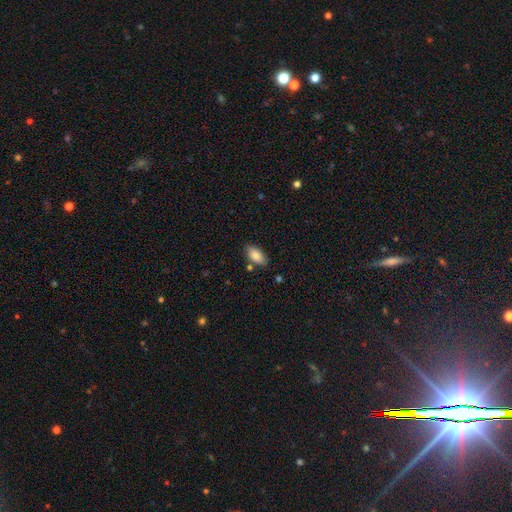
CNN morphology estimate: Smooth or featured? smooth (85%)
How rounded? in between (92%)
Merging? none (80%)